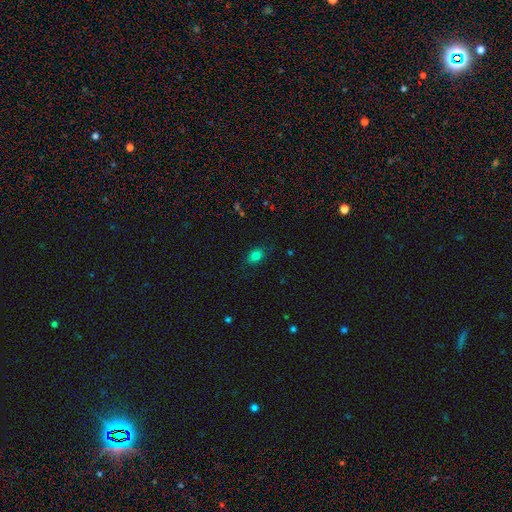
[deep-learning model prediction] A smooth galaxy with no disk features (79%) that is in between round and cigar-shaped (73%).

Vote fractions:
- Smooth or featured? smooth: 79% / star or artifact: 13% / featured or disk: 8%
- How rounded? in between: 73% / round: 25% / cigar-shaped: 2%
- Merging? none: 82% / minor disturbance: 13% / major disturbance: 3% / merger: 1%